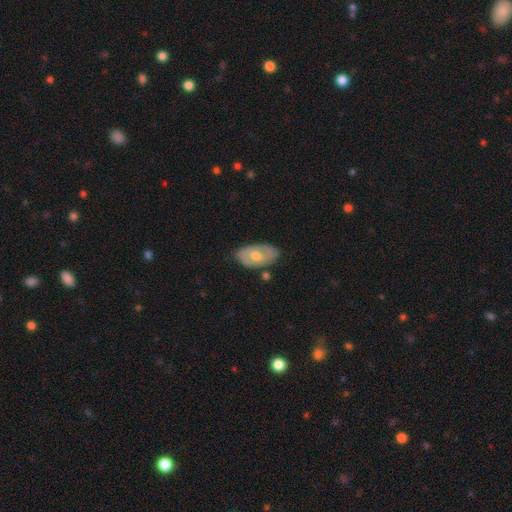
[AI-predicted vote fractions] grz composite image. It shows a featured or disk galaxy (54%). Merging: none (75%).